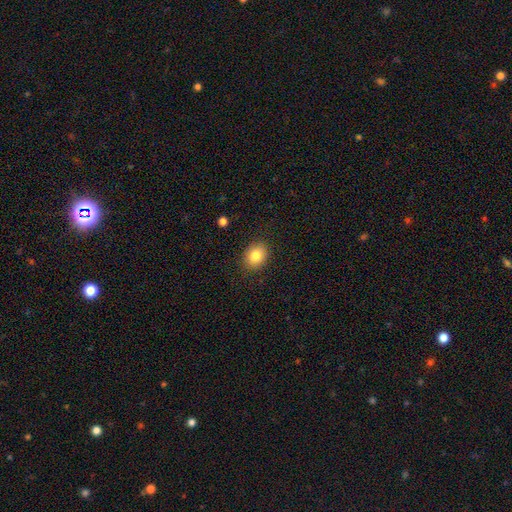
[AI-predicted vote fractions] Q: Smooth or featured?
A: smooth (84%); runner-up: star or artifact (9%)
Q: How rounded?
A: in between (52%); runner-up: round (47%)
Q: Merging?
A: none (88%); runner-up: minor disturbance (9%)